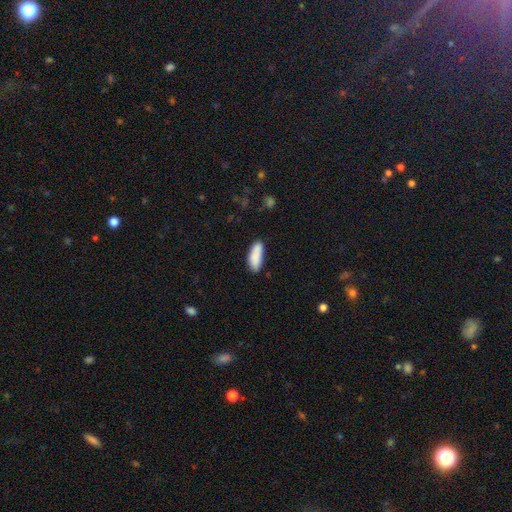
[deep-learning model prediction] A smooth galaxy with no disk features (88%) that is in between round and cigar-shaped (69%).

Vote fractions:
- Smooth or featured? smooth: 88% / star or artifact: 6% / featured or disk: 6%
- How rounded? in between: 69% / cigar-shaped: 29% / round: 2%
- Merging? none: 75% / minor disturbance: 18% / merger: 3% / major disturbance: 3%